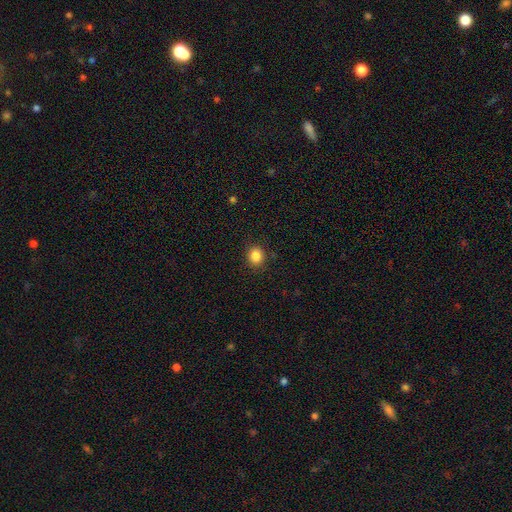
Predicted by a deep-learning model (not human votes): Overall: smooth (85%). How rounded: round (81%). Merging: none (89%).